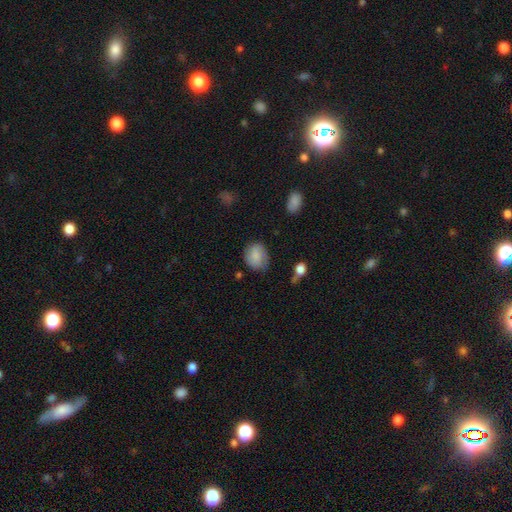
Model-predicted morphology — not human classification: This is likely a smooth galaxy (77%). How rounded: possibly in between (56%). Merging: likely none (68%).